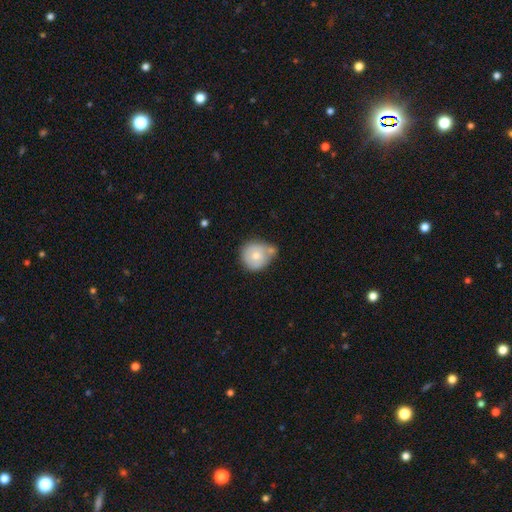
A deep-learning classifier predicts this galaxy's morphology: Smooth or featured: smooth — 66% (featured or disk — 27%)
How rounded: round — 88% (in between — 11%)
Merging: none — 40% (merger — 32%)